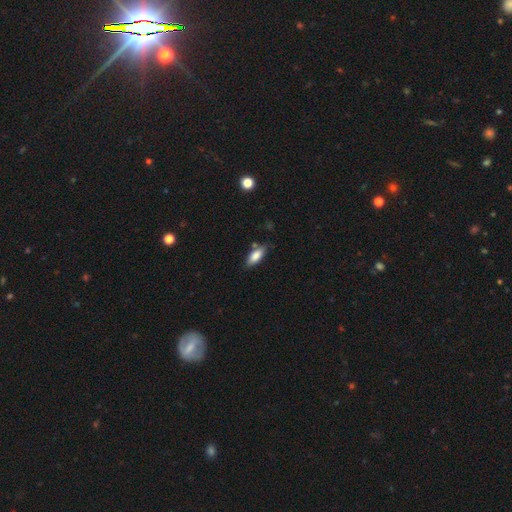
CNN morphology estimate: Overall: smooth (83%). How rounded: in between (81%). Merging: none (74%).